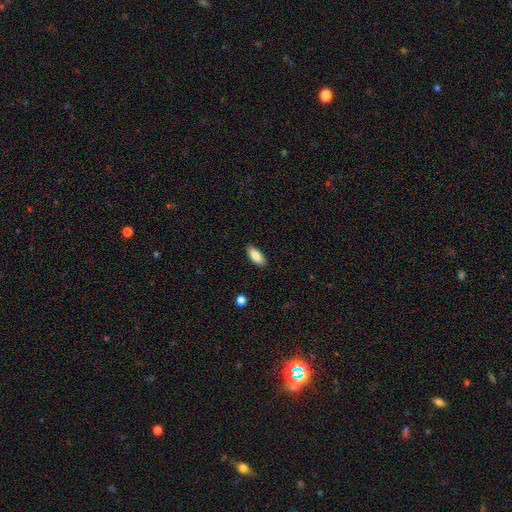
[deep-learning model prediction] Overall: smooth (85%). How rounded: in between (85%). Merging: none (89%).